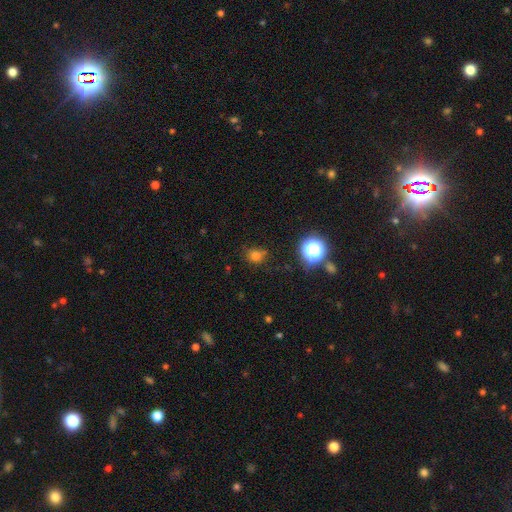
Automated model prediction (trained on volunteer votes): This is likely a smooth galaxy (72%). How rounded: likely round (74%). Merging: likely none (69%).